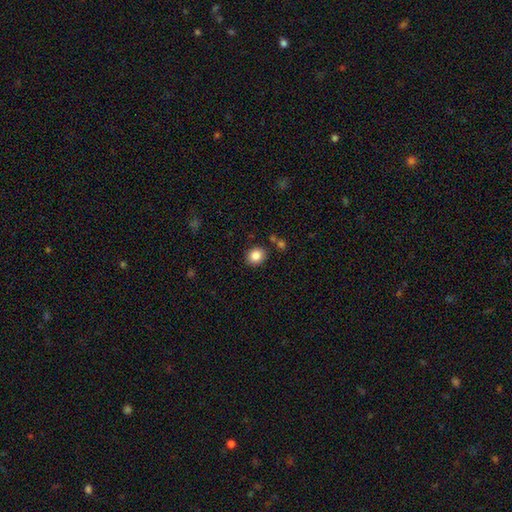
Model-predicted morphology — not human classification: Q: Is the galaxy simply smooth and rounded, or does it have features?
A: smooth — 85%.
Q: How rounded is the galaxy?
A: round — 70%.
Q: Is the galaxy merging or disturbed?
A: none — 86%.